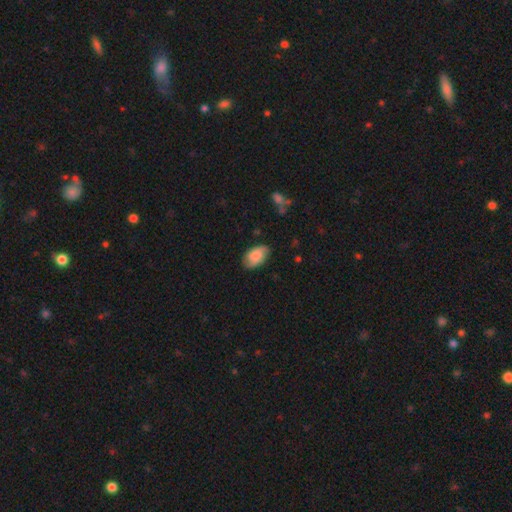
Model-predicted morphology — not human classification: A smooth galaxy with no disk features (69%) that is in between round and cigar-shaped (92%).

Vote fractions:
- Smooth or featured? smooth: 69% / featured or disk: 23% / star or artifact: 7%
- How rounded? in between: 92% / round: 6% / cigar-shaped: 2%
- Merging? none: 72% / minor disturbance: 21% / major disturbance: 5% / merger: 1%